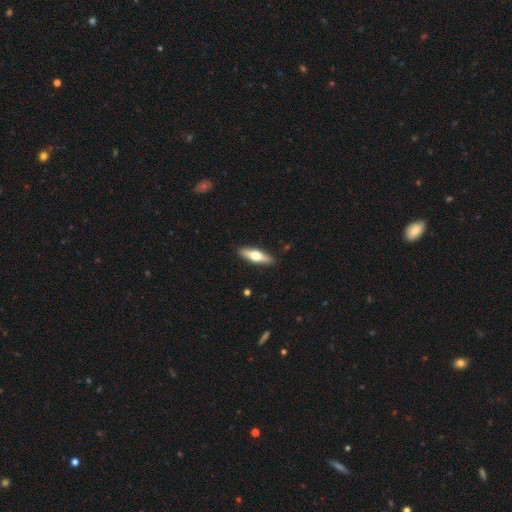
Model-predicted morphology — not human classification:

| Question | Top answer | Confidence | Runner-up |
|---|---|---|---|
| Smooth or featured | smooth | 52% | featured or disk (43%) |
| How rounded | cigar-shaped | 56% | in between (41%) |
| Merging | none | 90% | minor disturbance (7%) |